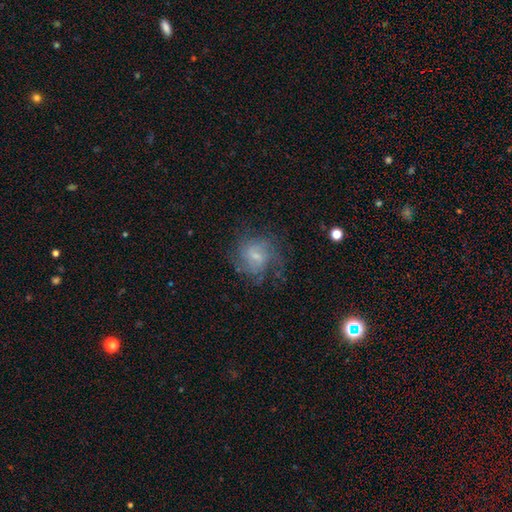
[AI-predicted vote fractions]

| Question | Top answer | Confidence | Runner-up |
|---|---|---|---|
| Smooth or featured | featured or disk | 60% | smooth (29%) |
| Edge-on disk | no | 97% | yes (3%) |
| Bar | weak | 53% | no (38%) |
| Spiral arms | yes | 80% | no (20%) |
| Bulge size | small | 59% | moderate (25%) |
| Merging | none | 63% | minor disturbance (19%) |